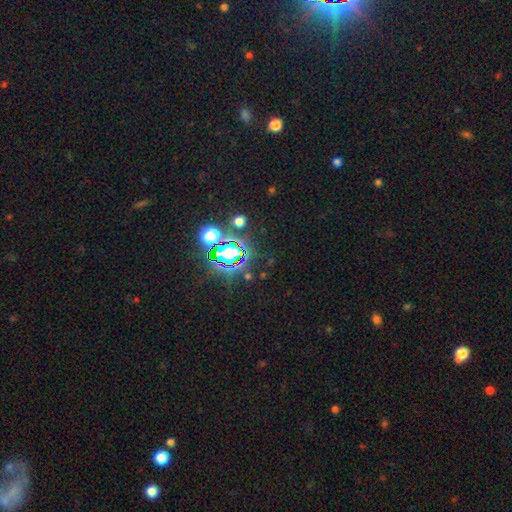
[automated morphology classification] A star or artifact, not a galaxy (81%).